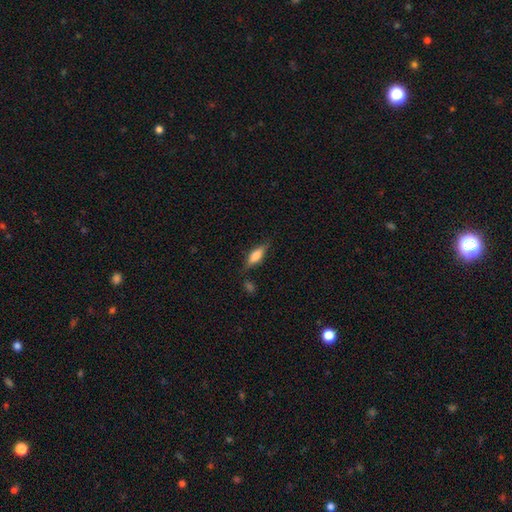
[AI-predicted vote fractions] Overall: smooth (64%; featured or disk 29%). How rounded: in between (56%; cigar-shaped 41%). Merging: none (74%).